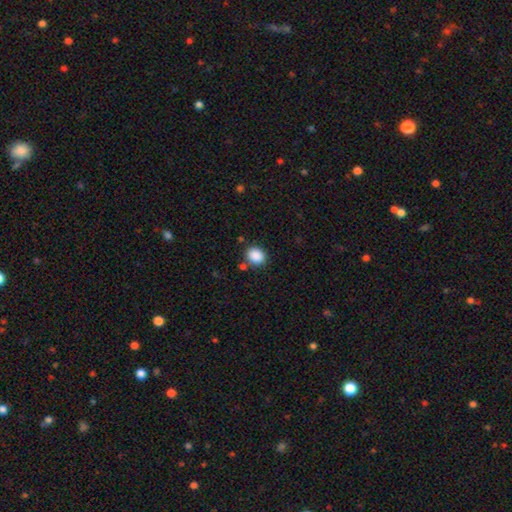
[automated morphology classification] This appears to be a smooth galaxy with no disk features (89%) that is round (58%). Merging: none (82%).